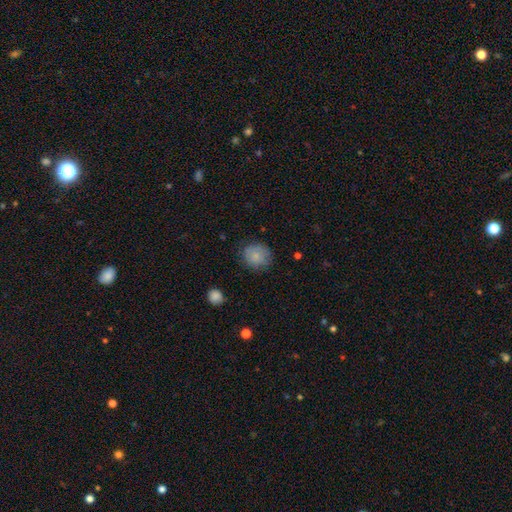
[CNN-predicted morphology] Q: Smooth or featured?
A: smooth (81%); runner-up: featured or disk (11%)
Q: How rounded?
A: round (83%); runner-up: in between (16%)
Q: Merging?
A: none (76%); runner-up: minor disturbance (18%)